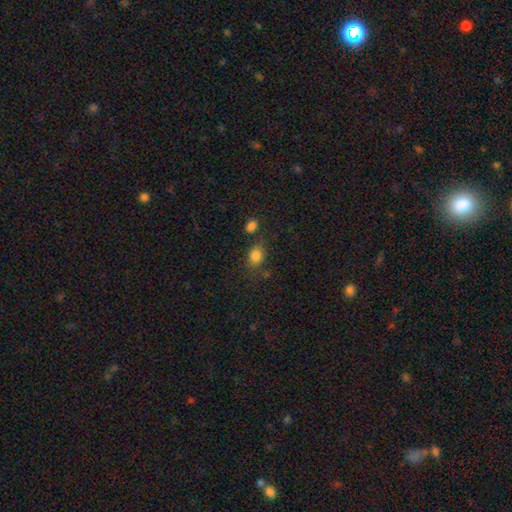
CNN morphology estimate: Overall: smooth (82%). How rounded: round (52%; in between 47%). Merging: none (64%).